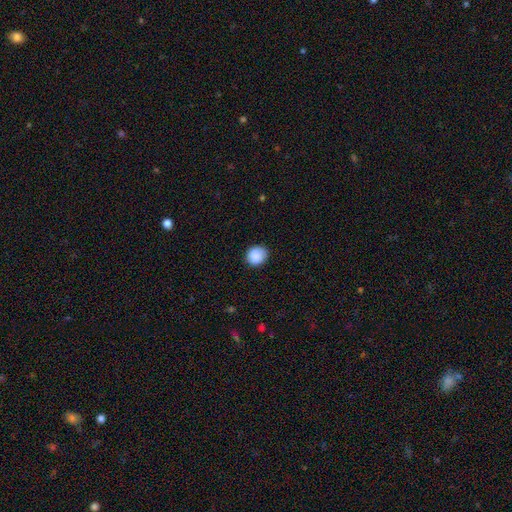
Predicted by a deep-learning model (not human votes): The model was most divided on "how rounded": round: 81%, in between: 18%, cigar-shaped: 1%. More confident: smooth or featured — smooth (89%); merging — none (85%).